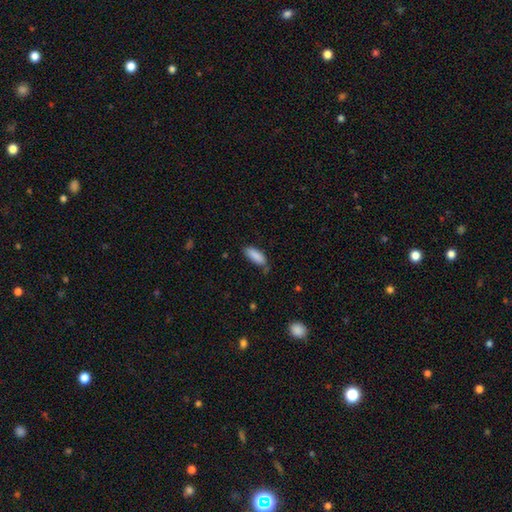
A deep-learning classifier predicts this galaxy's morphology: Smooth or featured? smooth (88%)
How rounded? in between (72%)
Merging? none (68%)